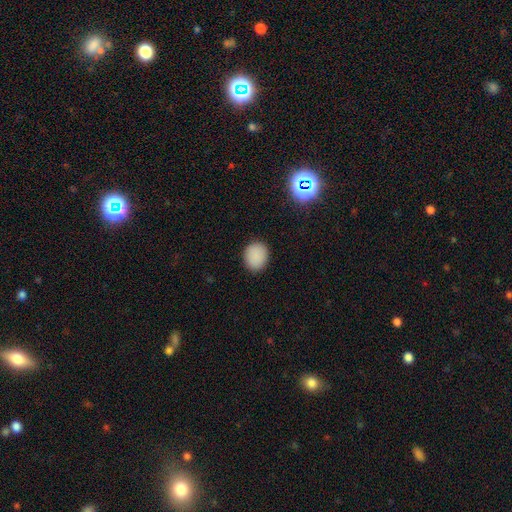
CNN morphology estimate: Smooth or featured?
  - smooth: 87% *
  - star or artifact: 10%
  - featured or disk: 3%
How rounded?
  - round: 65% *
  - in between: 34%
  - cigar-shaped: 1%
Merging?
  - none: 89% *
  - minor disturbance: 8%
  - major disturbance: 2%
  - merger: 1%